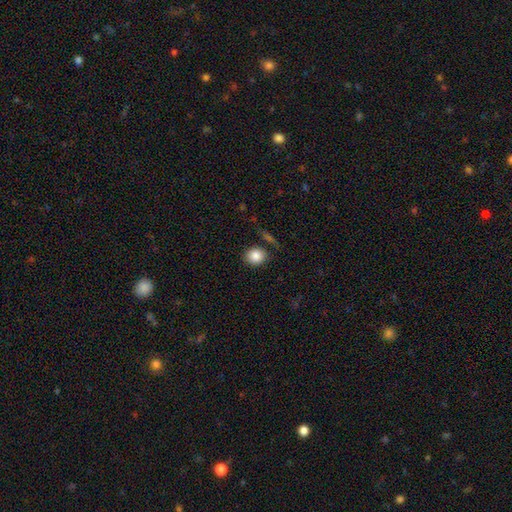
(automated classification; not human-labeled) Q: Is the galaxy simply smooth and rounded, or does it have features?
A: smooth — 85%.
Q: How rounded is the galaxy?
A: round — 72%.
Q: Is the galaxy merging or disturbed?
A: none — 79%.